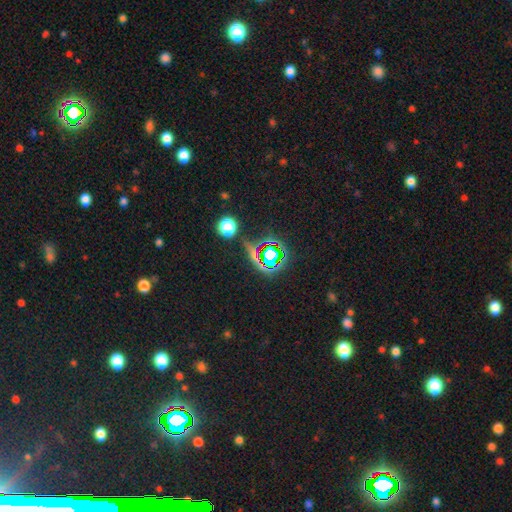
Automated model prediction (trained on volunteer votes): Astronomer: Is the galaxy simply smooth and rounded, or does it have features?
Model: star or artifact — 73%.